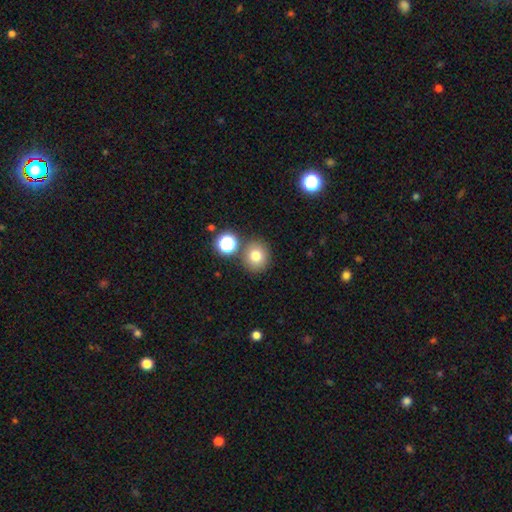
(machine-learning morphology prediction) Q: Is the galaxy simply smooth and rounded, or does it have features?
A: smooth — 77%.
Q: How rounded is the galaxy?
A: round — 82%.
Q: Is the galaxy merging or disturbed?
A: none — 79%.